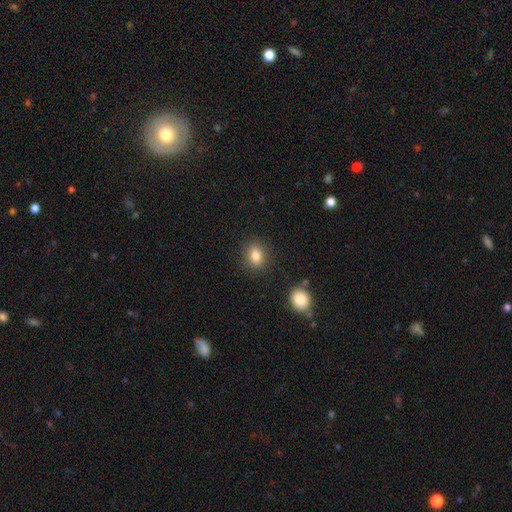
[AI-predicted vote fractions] Smooth or featured: smooth — 83% (star or artifact — 10%)
How rounded: round — 51% (in between — 48%)
Merging: none — 87% (minor disturbance — 9%)